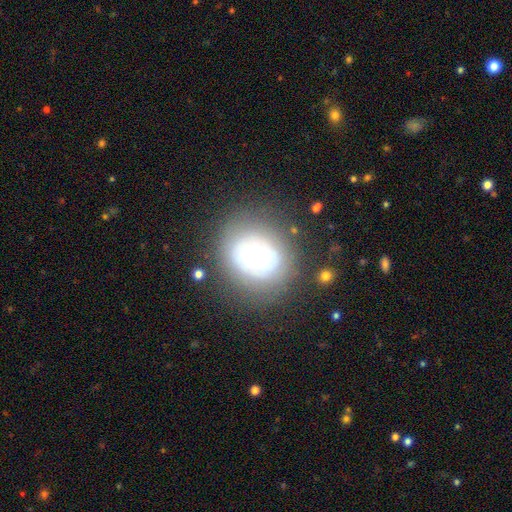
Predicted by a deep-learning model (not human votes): Smooth or featured? Predicted: smooth (p=0.46). Merging? Predicted: none (p=0.78).